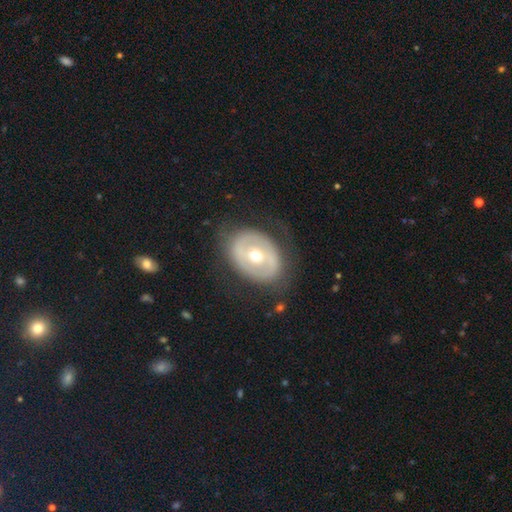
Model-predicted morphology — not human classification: Smooth or featured? Predicted: featured or disk (p=0.64). Edge-on disk? Predicted: no (p=0.94). Bar? Predicted: no (p=0.58). Spiral arms? Predicted: no (p=0.75). Bulge size? Predicted: moderate (p=0.65). Merging? Predicted: none (p=0.75).